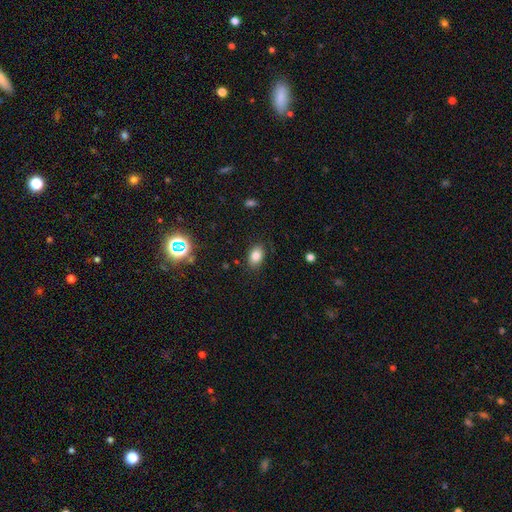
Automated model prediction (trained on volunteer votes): A smooth galaxy with no disk features (81%) that is in between round and cigar-shaped (82%).

Vote fractions:
- Smooth or featured? smooth: 81% / star or artifact: 11% / featured or disk: 8%
- How rounded? in between: 82% / round: 17% / cigar-shaped: 1%
- Merging? none: 85% / minor disturbance: 10% / major disturbance: 3% / merger: 1%